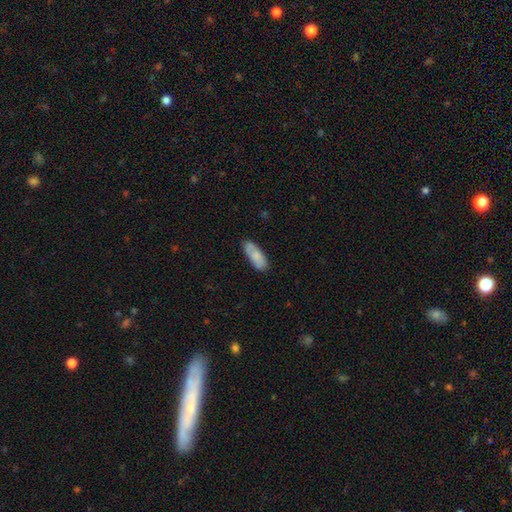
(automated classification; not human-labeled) This appears to be a smooth galaxy with no disk features (76%) that is in between round and cigar-shaped (73%). Merging: none (74%).